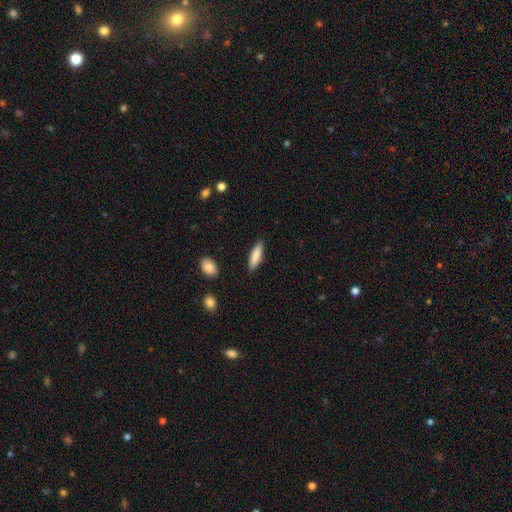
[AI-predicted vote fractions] Smooth or featured? smooth (83%)
How rounded? cigar-shaped (63%)
Merging? none (87%)